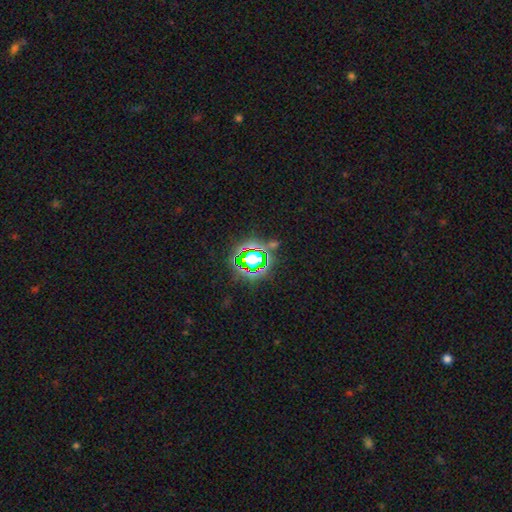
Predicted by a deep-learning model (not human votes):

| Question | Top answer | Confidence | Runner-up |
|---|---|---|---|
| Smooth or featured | star or artifact | 68% | smooth (20%) |